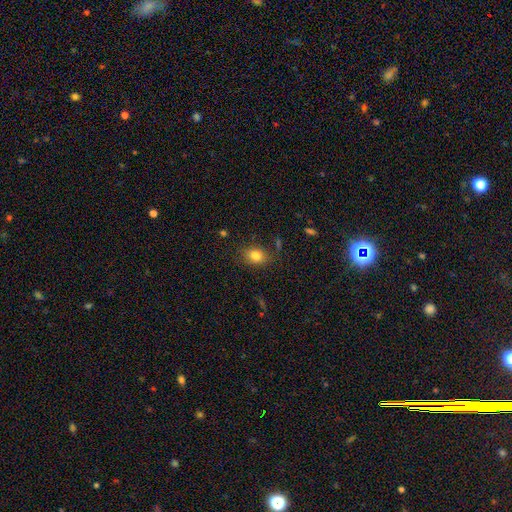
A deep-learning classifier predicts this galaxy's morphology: The model was most divided on "how rounded": in between: 64%, round: 35%, cigar-shaped: 1%. More confident: smooth or featured — smooth (81%); merging — none (79%).